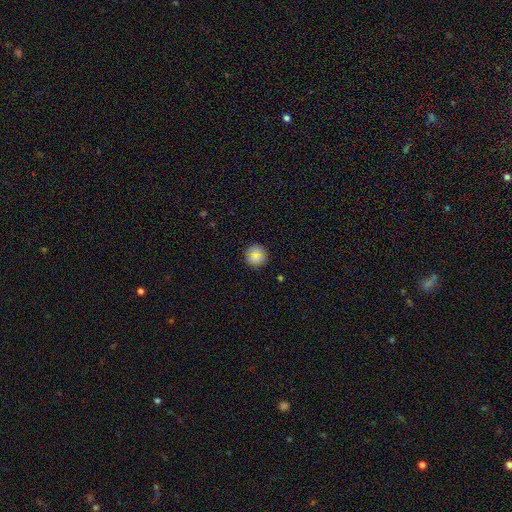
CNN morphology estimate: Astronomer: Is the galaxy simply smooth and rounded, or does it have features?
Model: smooth — 78%.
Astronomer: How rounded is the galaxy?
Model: round — 93%.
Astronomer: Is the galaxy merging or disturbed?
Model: none — 89%.